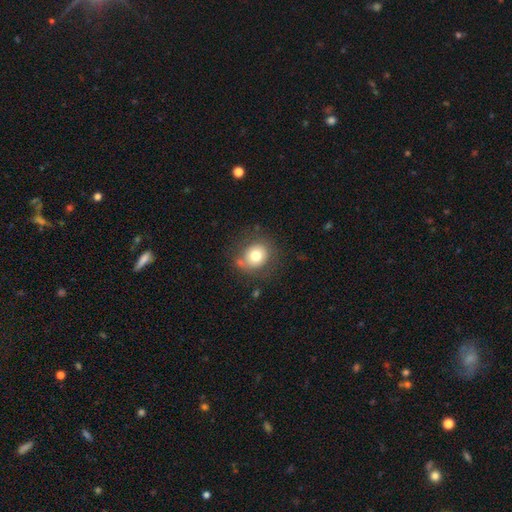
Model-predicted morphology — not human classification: Smooth or featured? Predicted: smooth (p=0.74). How rounded? Predicted: round (p=0.76). Merging? Predicted: none (p=0.74).